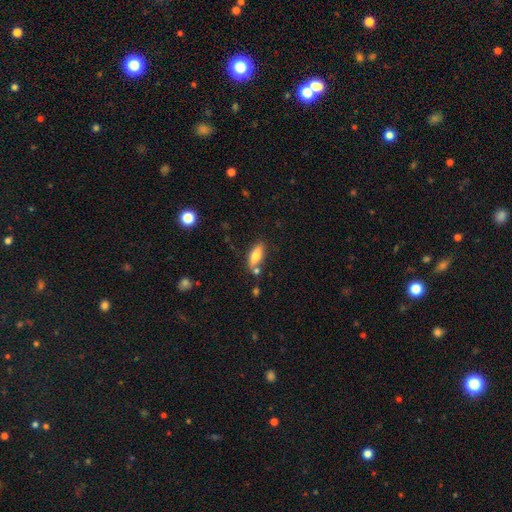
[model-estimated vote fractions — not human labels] Smooth or featured? Predicted: smooth (p=0.70). How rounded? Predicted: in between (p=0.70). Merging? Predicted: none (p=0.68).